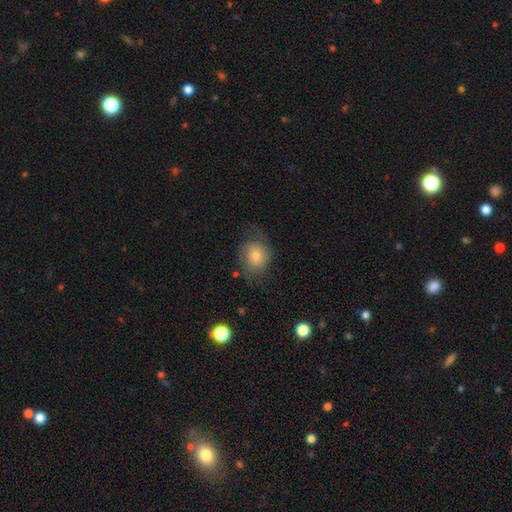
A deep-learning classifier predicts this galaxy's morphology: Q: Smooth or featured?
A: smooth (52%); runner-up: featured or disk (37%)
Q: How rounded?
A: round (65%); runner-up: in between (34%)
Q: Merging?
A: none (57%); runner-up: minor disturbance (24%)